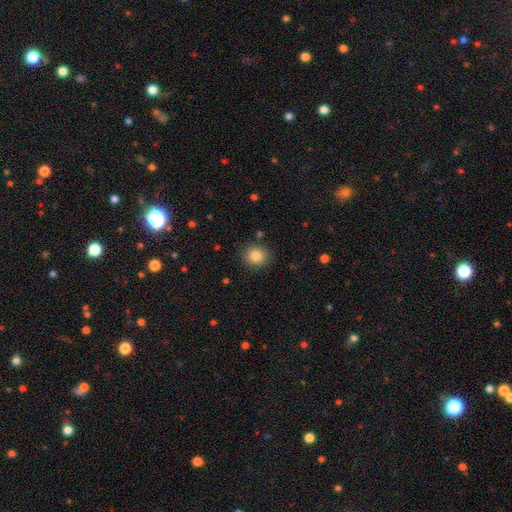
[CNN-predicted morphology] Overall: smooth (84%). How rounded: round (84%). Merging: none (88%).